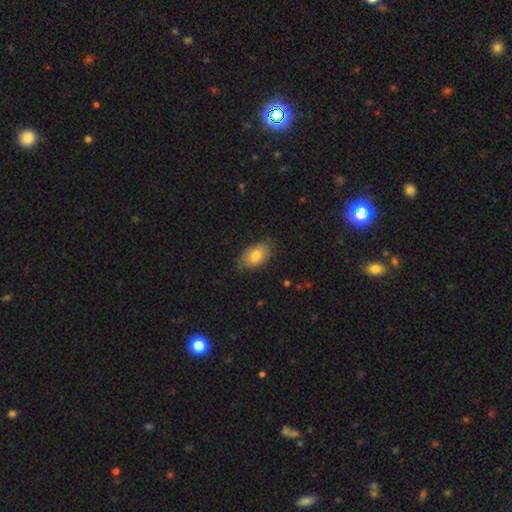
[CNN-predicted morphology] Smooth or featured? smooth (78%)
How rounded? in between (91%)
Merging? none (75%)